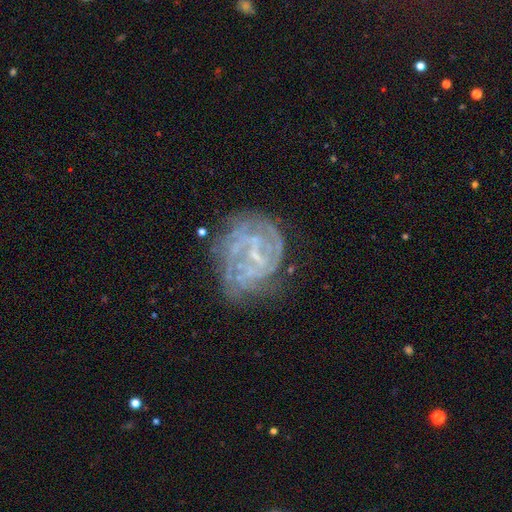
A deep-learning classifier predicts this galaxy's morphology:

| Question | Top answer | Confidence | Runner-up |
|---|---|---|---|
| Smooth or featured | featured or disk | 76% | star or artifact (14%) |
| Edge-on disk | no | 97% | yes (3%) |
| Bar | weak | 45% | no (34%) |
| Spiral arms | yes | 89% | no (11%) |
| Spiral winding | tight | 65% | medium (27%) |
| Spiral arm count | can't tell | 35% | 2 (20%) |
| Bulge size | small | 70% | none (15%) |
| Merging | none | 69% | minor disturbance (17%) |